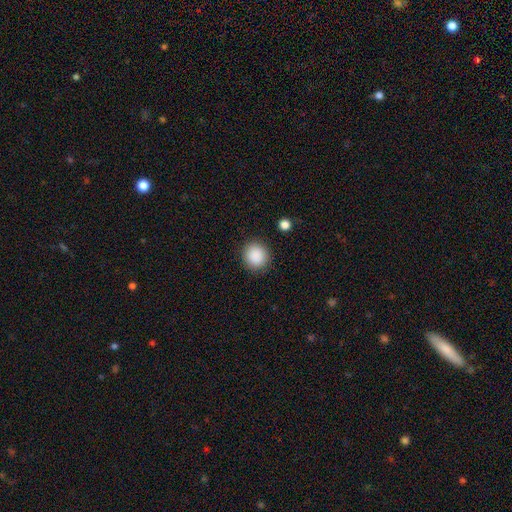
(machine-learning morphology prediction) Smooth or featured?
  - smooth: 89% *
  - star or artifact: 8%
  - featured or disk: 3%
How rounded?
  - round: 87% *
  - in between: 12%
  - cigar-shaped: 1%
Merging?
  - none: 89% *
  - minor disturbance: 7%
  - major disturbance: 2%
  - merger: 1%